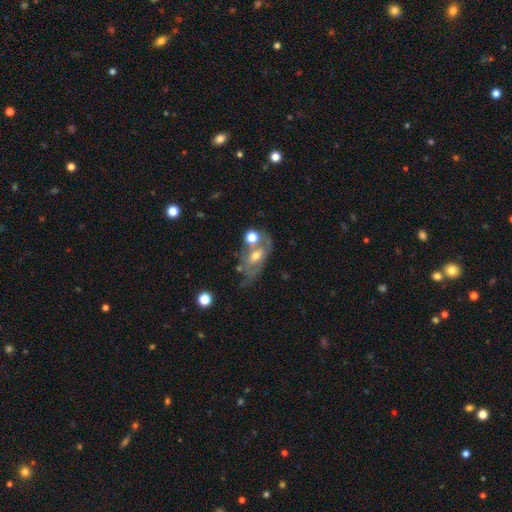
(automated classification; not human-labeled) Smooth or featured? featured or disk (58%)
Edge-on disk? no (91%)
Bar? no (59%)
Spiral arms? no (51%)
Bulge size? moderate (64%)
Merging? none (36%)